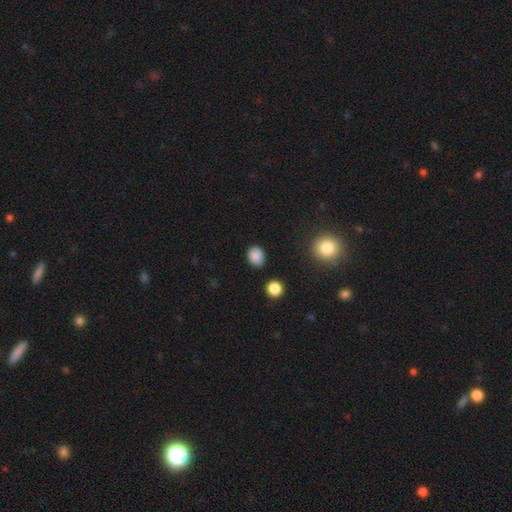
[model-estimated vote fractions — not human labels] The model was most divided on "how rounded": round: 50%, in between: 49%, cigar-shaped: 1%. More confident: merging — none (86%); smooth or featured — smooth (85%).